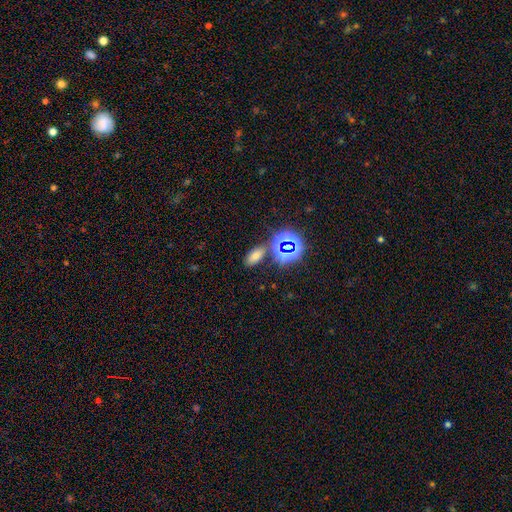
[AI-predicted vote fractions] The model was most divided on "smooth or featured": smooth: 64%, star or artifact: 29%, featured or disk: 7%. More confident: how rounded — in between (88%); merging — none (76%).